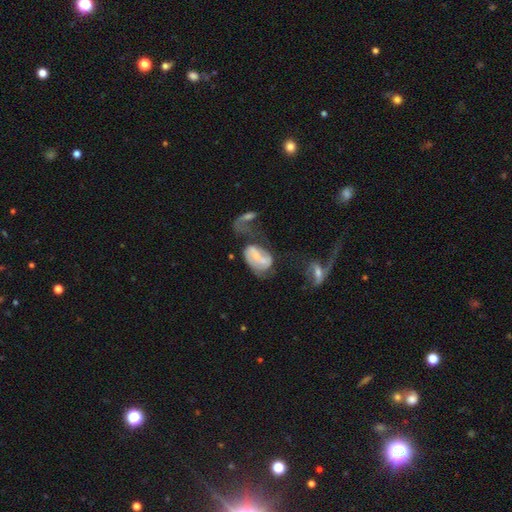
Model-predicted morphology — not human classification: Smooth or featured? featured or disk (70%)
Edge-on disk? no (96%)
Bar? no (40%, tied with weak)
Spiral arms? yes (74%)
Bulge size? small (56%)
Merging? merger (32%)